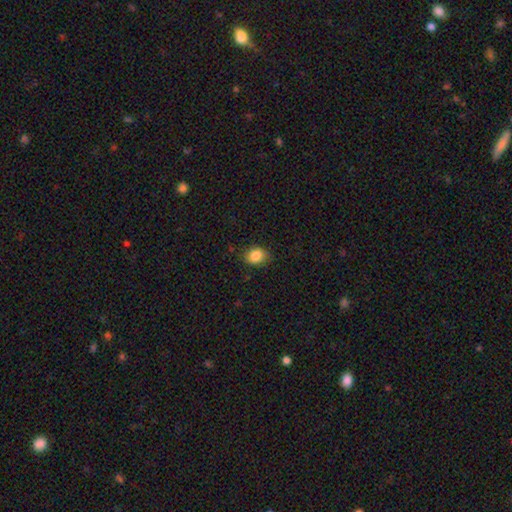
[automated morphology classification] A smooth galaxy with no disk features (86%) that is in between round and cigar-shaped (57%).

Vote fractions:
- Smooth or featured? smooth: 86% / star or artifact: 9% / featured or disk: 5%
- How rounded? in between: 57% / round: 42% / cigar-shaped: 1%
- Merging? none: 82% / minor disturbance: 14% / major disturbance: 3% / merger: 1%